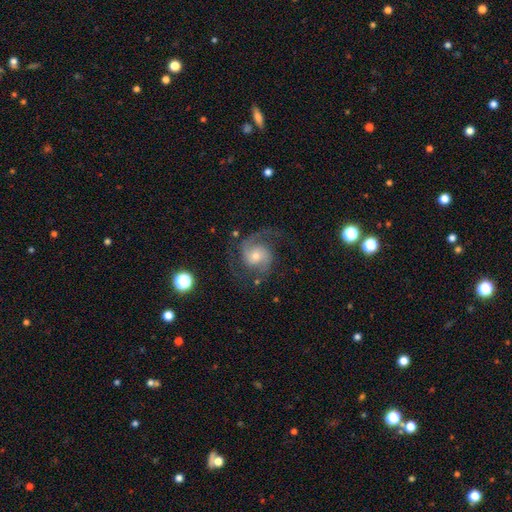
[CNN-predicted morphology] This appears to be a featured or disk galaxy (87%) with no bar (62%), 2 (86%) medium (58%) spiral arms (98%) and a small central bulge (53%). Merging: none (74%).